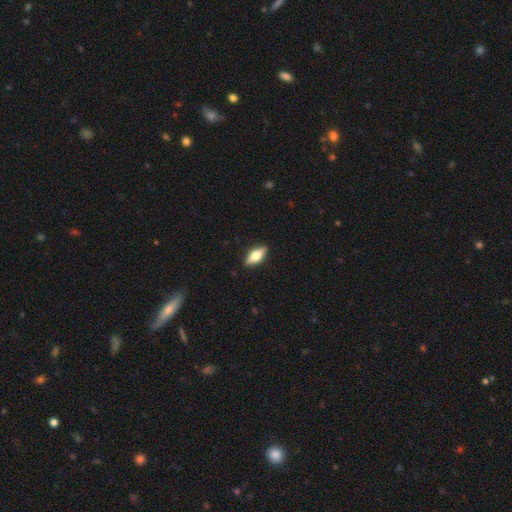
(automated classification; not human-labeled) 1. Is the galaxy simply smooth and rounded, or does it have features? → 52% smooth, 42% featured or disk, 7% star or artifact.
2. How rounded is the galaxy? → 73% in between, 23% cigar-shaped, 4% round.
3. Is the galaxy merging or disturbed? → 89% none, 8% minor disturbance, 2% major disturbance, 1% merger.